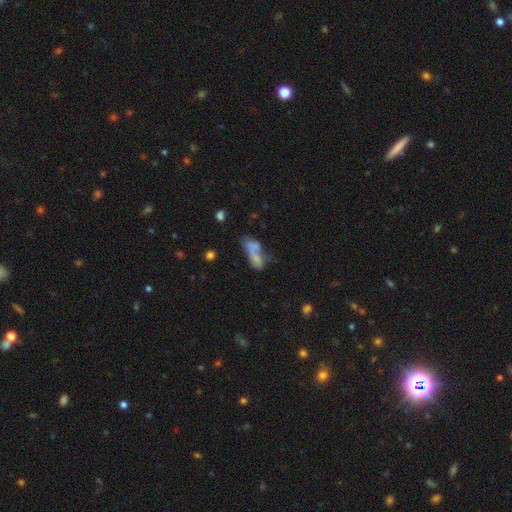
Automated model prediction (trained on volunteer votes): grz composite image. It shows a smooth galaxy with no disk features (58%) that is in between round and cigar-shaped (70%). Merging: merger (51%).